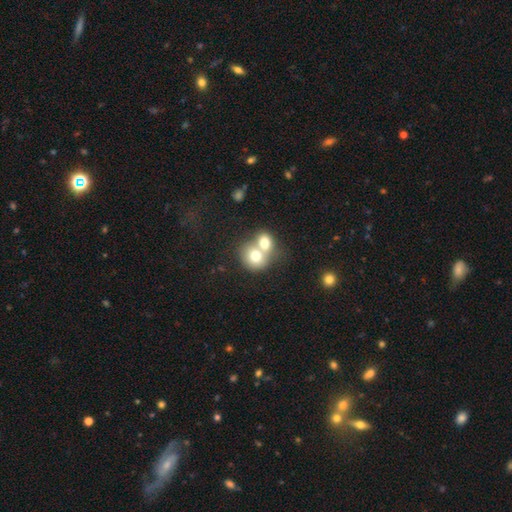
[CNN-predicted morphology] Smooth or featured?
  - smooth: 70% *
  - featured or disk: 20%
  - star or artifact: 10%
How rounded?
  - round: 69% *
  - in between: 30%
  - cigar-shaped: 1%
Merging?
  - merger: 70% *
  - none: 22%
  - minor disturbance: 5%
  - major disturbance: 3%